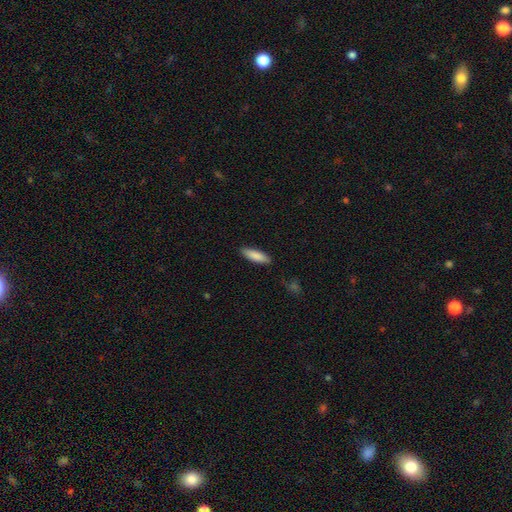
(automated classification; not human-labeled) Smooth or featured? smooth (86%)
How rounded? cigar-shaped (51%)
Merging? none (87%)